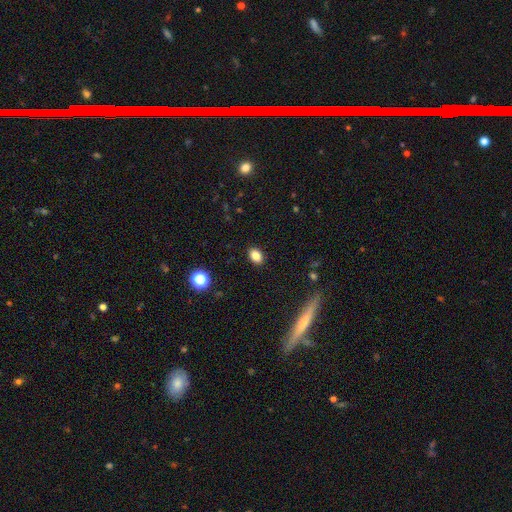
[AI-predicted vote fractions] A smooth galaxy with no disk features (83%) that is in between round and cigar-shaped (78%). Merging: none (89%).